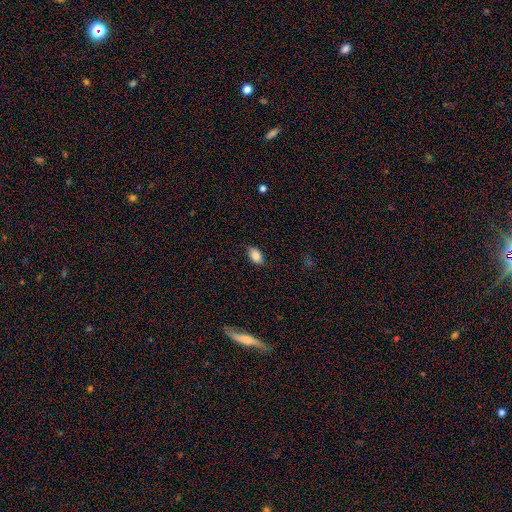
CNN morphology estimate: type=smooth (84%); roundness=in between (90%); merging=none (85%).